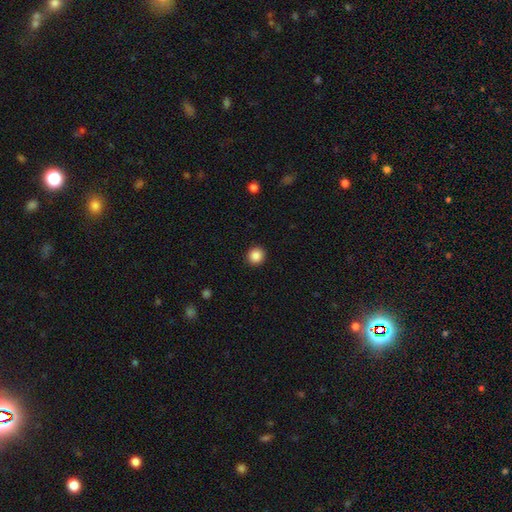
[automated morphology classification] This appears to be a smooth galaxy with no disk features (87%) that is round (92%). Merging: none (92%).